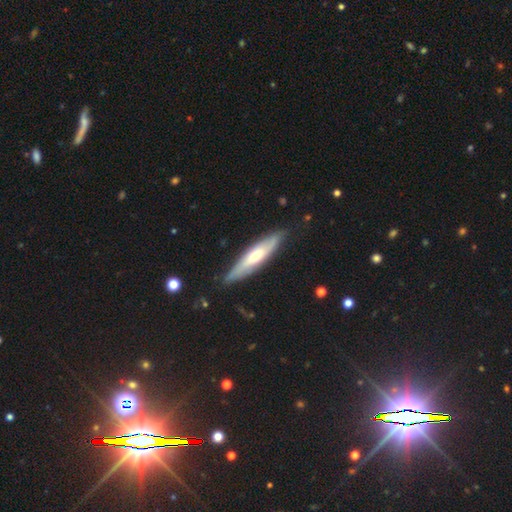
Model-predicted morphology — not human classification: Overall: featured or disk (52%; smooth 42%). Edge-on disk: yes (72%). Merging: none (82%).